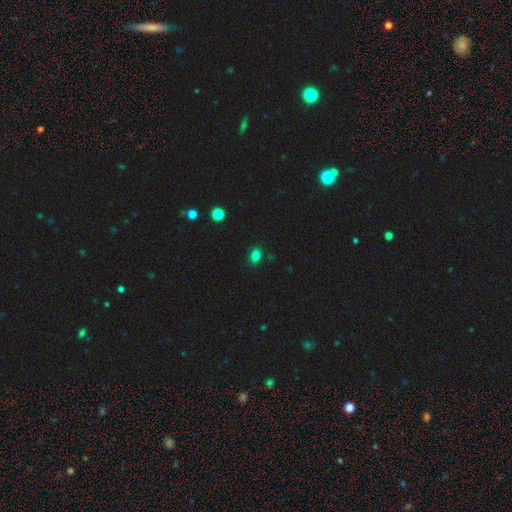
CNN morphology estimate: Smooth or featured? smooth (82%)
How rounded? in between (77%)
Merging? none (87%)